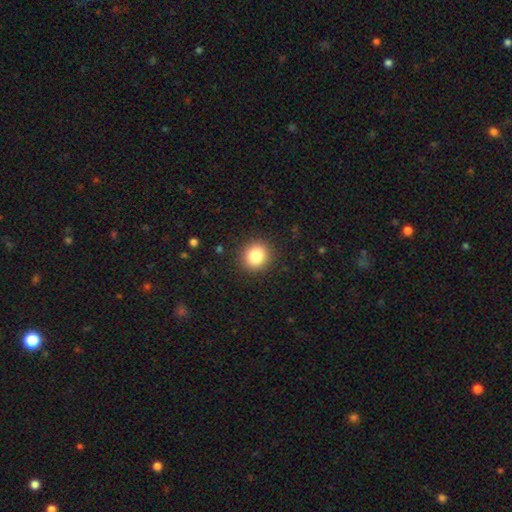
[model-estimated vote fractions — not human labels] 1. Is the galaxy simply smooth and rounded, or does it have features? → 84% smooth, 10% star or artifact, 6% featured or disk.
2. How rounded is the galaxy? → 88% round, 11% in between, 1% cigar-shaped.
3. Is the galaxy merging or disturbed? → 90% none, 6% minor disturbance, 2% major disturbance, 1% merger.